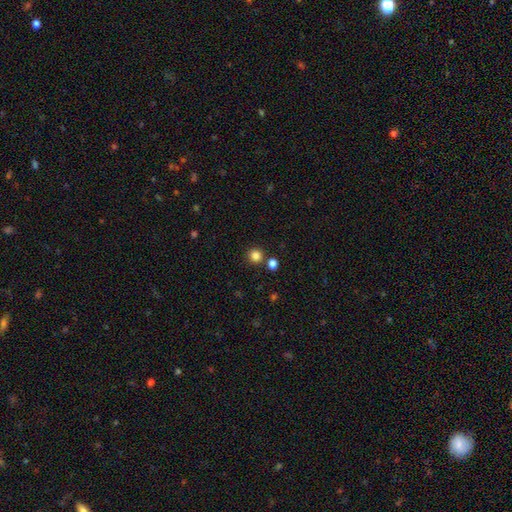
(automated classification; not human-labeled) A smooth galaxy with no disk features (83%) that is round (93%). Merging: none (84%).